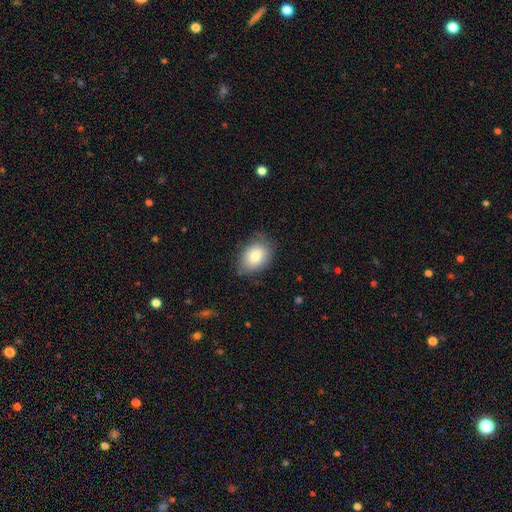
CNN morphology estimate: Q: Smooth or featured?
A: smooth (80%); runner-up: featured or disk (12%)
Q: How rounded?
A: in between (76%); runner-up: round (23%)
Q: Merging?
A: none (76%); runner-up: minor disturbance (19%)